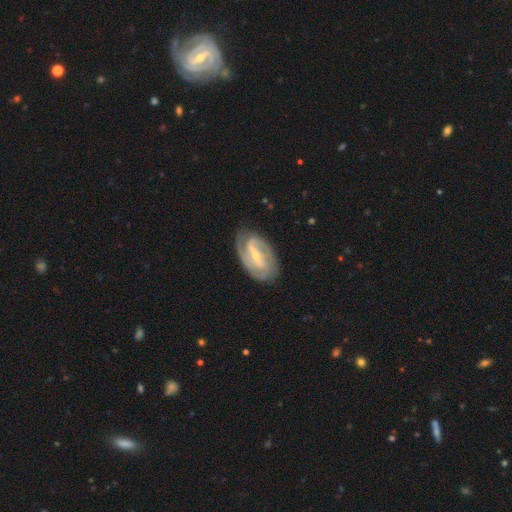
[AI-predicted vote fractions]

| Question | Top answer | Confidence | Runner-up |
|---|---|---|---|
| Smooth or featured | featured or disk | 87% | smooth (9%) |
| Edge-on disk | no | 96% | yes (4%) |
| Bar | strong | 52% | weak (35%) |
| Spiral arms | yes | 95% | no (5%) |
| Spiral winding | tight | 43% | medium (42%) |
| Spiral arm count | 2 | 73% | can't tell (10%) |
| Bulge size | small | 71% | moderate (25%) |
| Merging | none | 77% | minor disturbance (16%) |